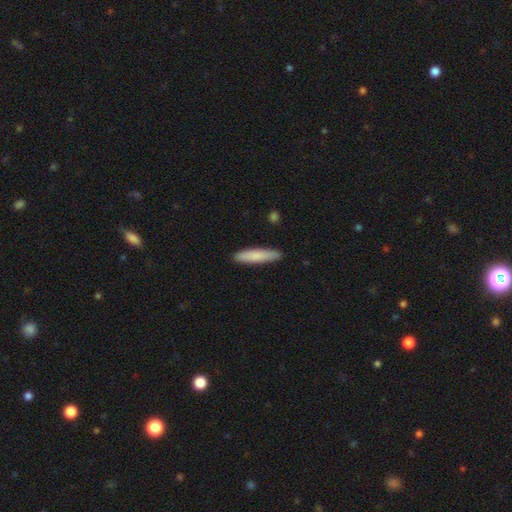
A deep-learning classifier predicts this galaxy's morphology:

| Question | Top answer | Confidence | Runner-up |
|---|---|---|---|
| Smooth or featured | smooth | 82% | featured or disk (13%) |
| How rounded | cigar-shaped | 86% | in between (13%) |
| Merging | none | 90% | minor disturbance (8%) |